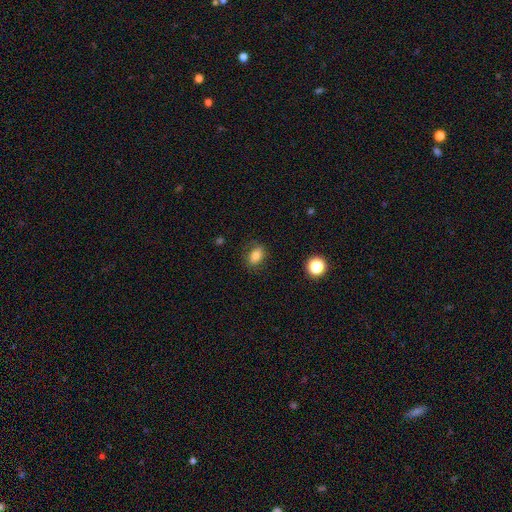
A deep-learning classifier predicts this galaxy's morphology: Smooth or featured? Predicted: smooth (p=0.78). How rounded? Predicted: in between (p=0.73). Merging? Predicted: none (p=0.80).